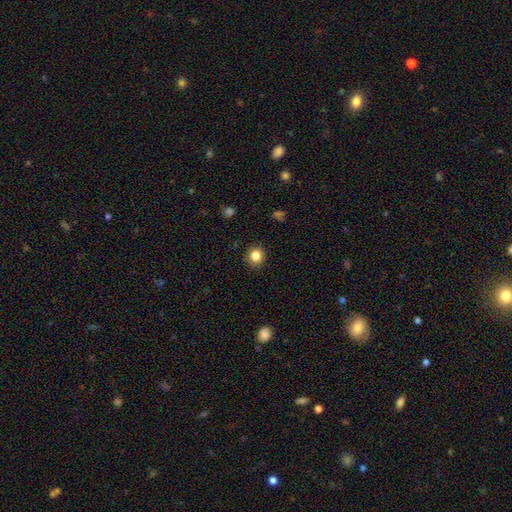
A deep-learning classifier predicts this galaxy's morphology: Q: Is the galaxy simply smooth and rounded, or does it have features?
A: smooth — 84%.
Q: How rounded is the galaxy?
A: round — 82%.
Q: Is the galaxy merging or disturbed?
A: none — 90%.